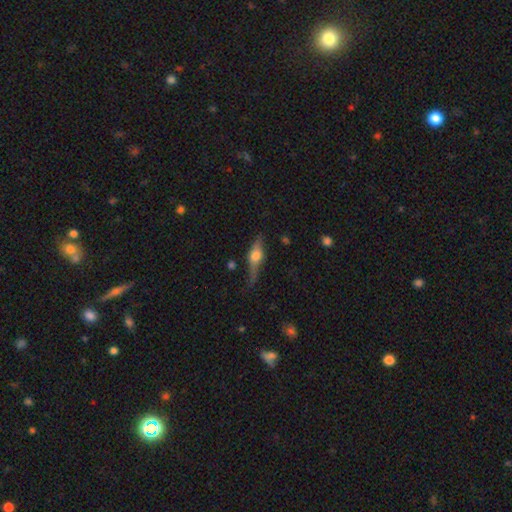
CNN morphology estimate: The model was most divided on "smooth or featured": featured or disk: 59%, smooth: 33%, star or artifact: 8%. More confident: edge-on bulge — rounded (94%); edge-on disk — yes (91%); merging — none (68%).